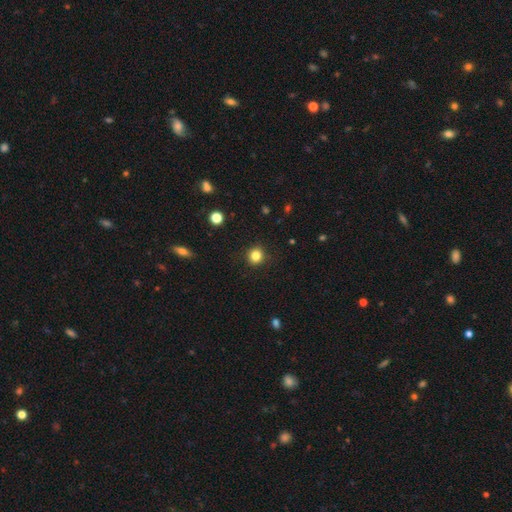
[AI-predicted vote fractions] The model was most divided on "smooth or featured": smooth: 83%, star or artifact: 12%, featured or disk: 5%. More confident: merging — none (90%); how rounded — round (88%).